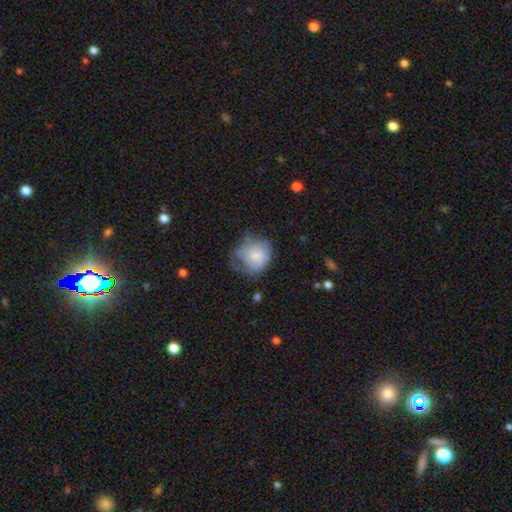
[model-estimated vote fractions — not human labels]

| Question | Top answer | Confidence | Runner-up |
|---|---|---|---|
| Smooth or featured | smooth | 59% | featured or disk (33%) |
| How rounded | round | 70% | in between (29%) |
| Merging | none | 41% | minor disturbance (33%) |